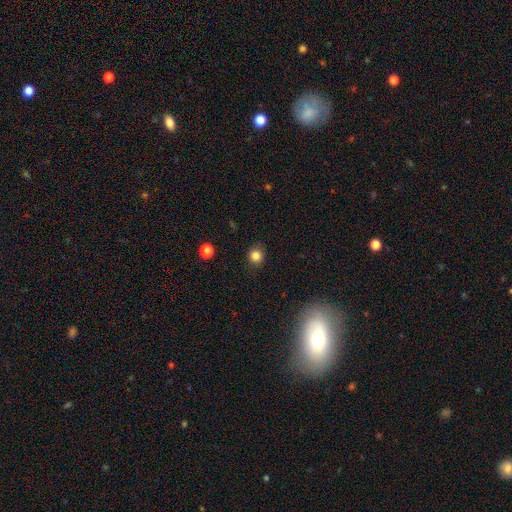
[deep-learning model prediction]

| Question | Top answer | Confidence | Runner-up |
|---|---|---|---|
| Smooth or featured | smooth | 83% | star or artifact (12%) |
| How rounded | round | 86% | in between (13%) |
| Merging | none | 87% | minor disturbance (9%) |